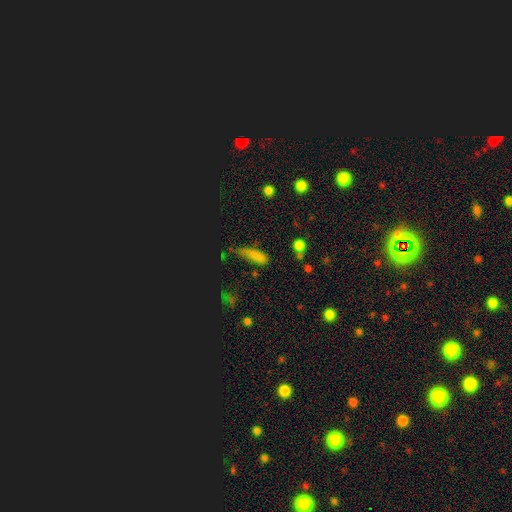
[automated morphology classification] smooth_or_featured: smooth (p=0.71) [alt: star or artifact p=0.20]
how_rounded: cigar-shaped (p=0.61) [alt: in between p=0.35]
merging: none (p=0.48) [alt: minor disturbance p=0.30]